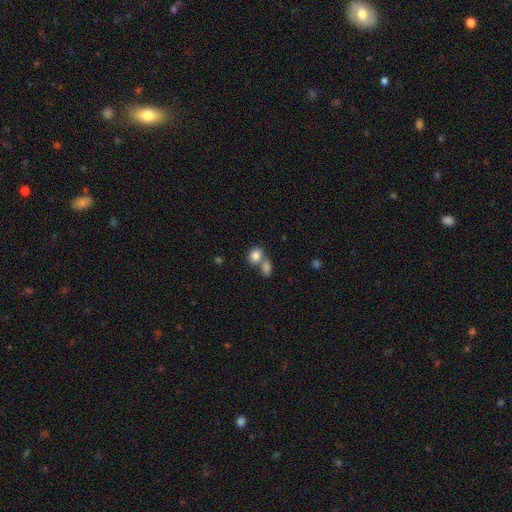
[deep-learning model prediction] smooth-or-featured: smooth: 83% | star or artifact: 9% | featured or disk: 8%
  how-rounded: round: 54% | in between: 45% | cigar-shaped: 1%
  merging: merger: 49% | none: 39% | minor disturbance: 8% | major disturbance: 4%